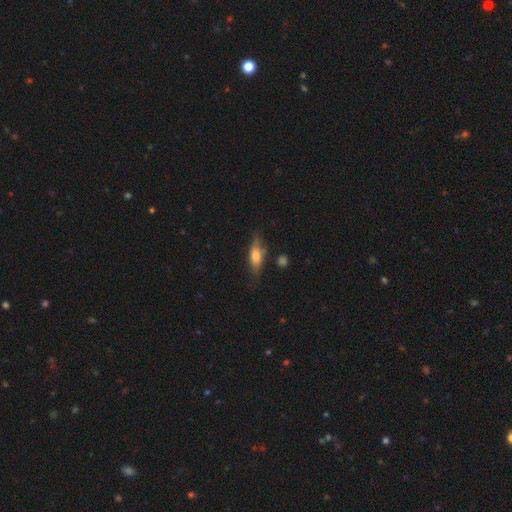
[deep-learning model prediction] smooth-or-featured: smooth: 62% | featured or disk: 31% | star or artifact: 7%
  how-rounded: in between: 53% | cigar-shaped: 43% | round: 4%
  merging: none: 66% | minor disturbance: 23% | major disturbance: 6% | merger: 4%